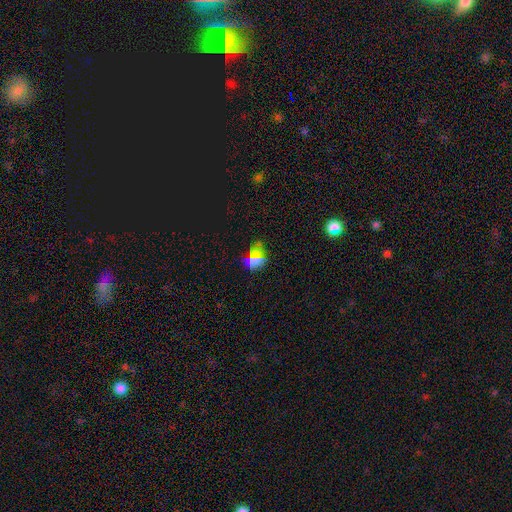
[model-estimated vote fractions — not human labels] Smooth or featured: smooth — 57% (star or artifact — 35%)
How rounded: in between — 64% (round — 32%)
Merging: none — 75% (minor disturbance — 15%)